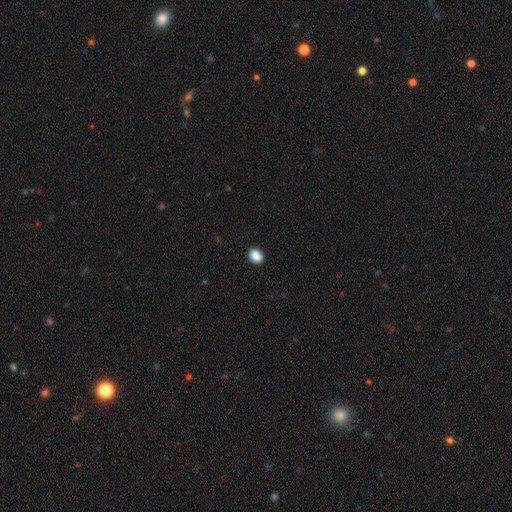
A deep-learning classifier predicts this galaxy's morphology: A smooth galaxy with no disk features (89%) that is in between round and cigar-shaped (64%).

Vote fractions:
- Smooth or featured? smooth: 89% / star or artifact: 8% / featured or disk: 3%
- How rounded? in between: 64% / round: 34% / cigar-shaped: 1%
- Merging? none: 91% / minor disturbance: 6% / major disturbance: 2% / merger: 1%